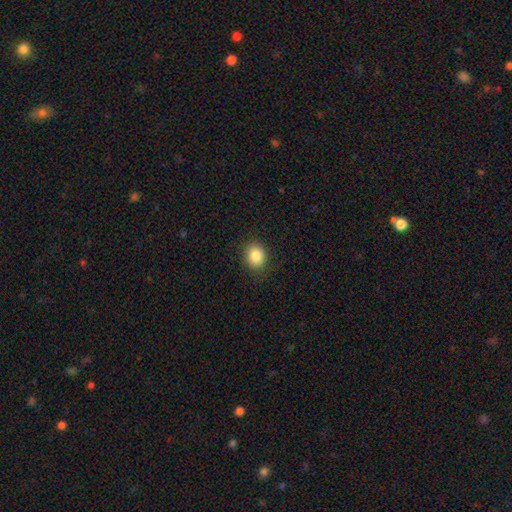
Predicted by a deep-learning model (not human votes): This is clearly a smooth galaxy (84%). How rounded: likely round (63%). Merging: clearly none (87%).